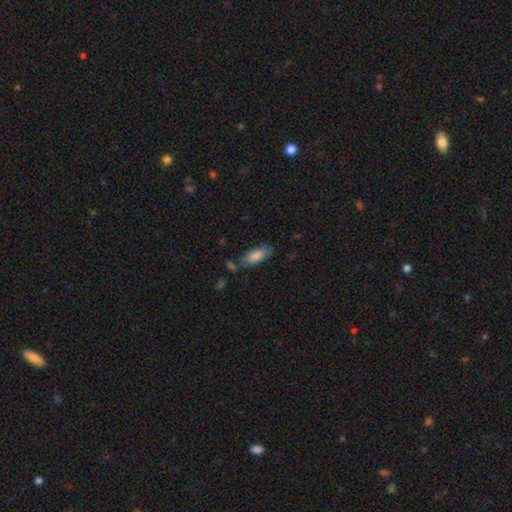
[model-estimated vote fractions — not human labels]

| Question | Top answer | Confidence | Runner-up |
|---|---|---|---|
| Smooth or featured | smooth | 81% | featured or disk (13%) |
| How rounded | in between | 73% | cigar-shaped (25%) |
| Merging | none | 67% | minor disturbance (19%) |